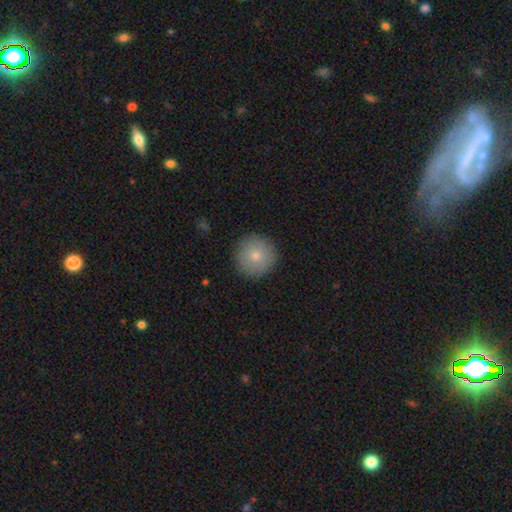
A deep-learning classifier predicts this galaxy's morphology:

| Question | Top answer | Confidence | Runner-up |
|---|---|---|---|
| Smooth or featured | smooth | 79% | featured or disk (13%) |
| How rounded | round | 96% | in between (3%) |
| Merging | none | 91% | minor disturbance (6%) |